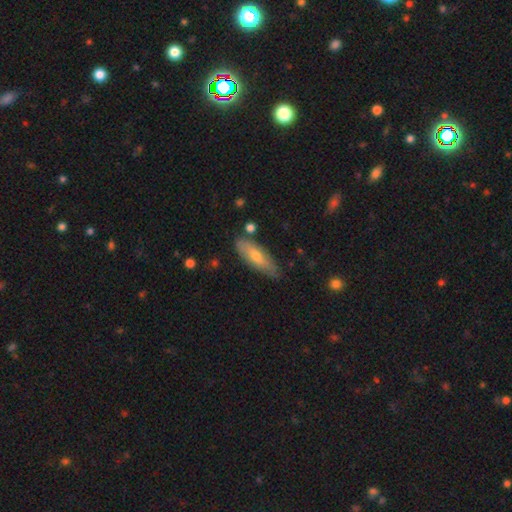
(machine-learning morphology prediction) smooth_or_featured: smooth (p=0.59) [alt: featured or disk p=0.35]
how_rounded: in between (p=0.52) [alt: cigar-shaped p=0.45]
merging: none (p=0.79) [alt: minor disturbance p=0.15]